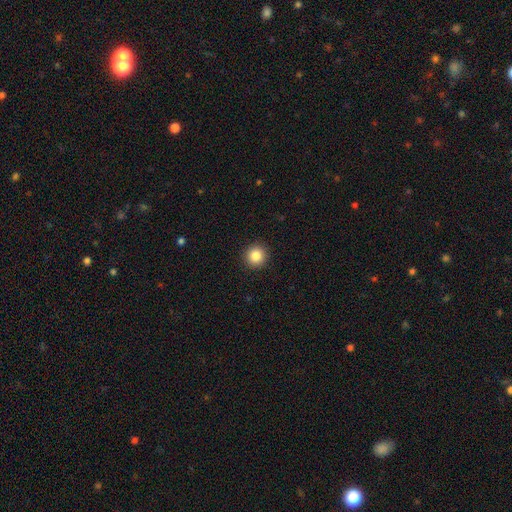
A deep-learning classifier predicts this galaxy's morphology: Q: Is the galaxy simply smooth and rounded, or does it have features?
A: smooth — 85%.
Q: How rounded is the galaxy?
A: round — 95%.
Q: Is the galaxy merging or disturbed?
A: none — 93%.